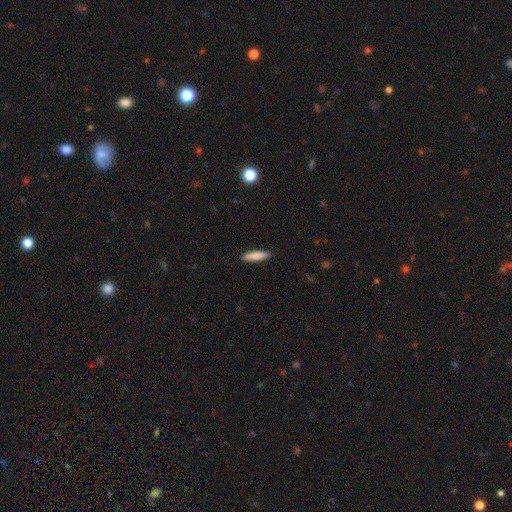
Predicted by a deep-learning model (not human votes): Smooth or featured? Predicted: smooth (p=0.85). How rounded? Predicted: cigar-shaped (p=0.73). Merging? Predicted: none (p=0.89).